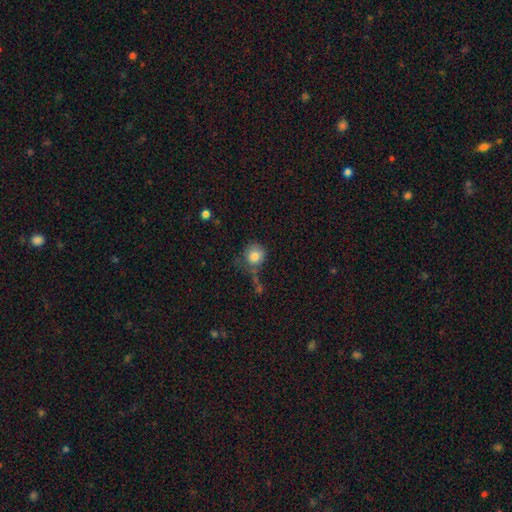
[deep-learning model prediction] Q: Smooth or featured?
A: smooth (80%); runner-up: star or artifact (10%)
Q: How rounded?
A: round (86%); runner-up: in between (13%)
Q: Merging?
A: none (55%); runner-up: minor disturbance (21%)